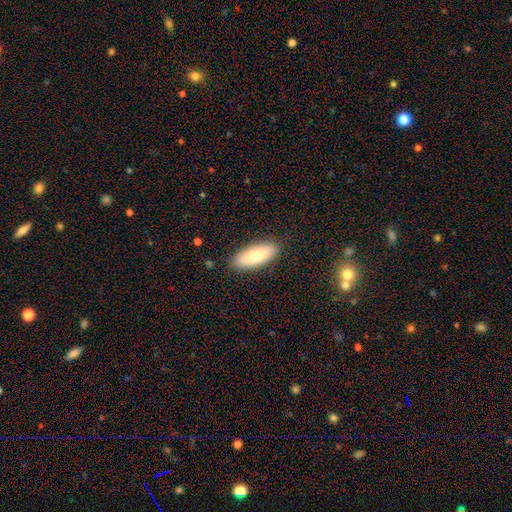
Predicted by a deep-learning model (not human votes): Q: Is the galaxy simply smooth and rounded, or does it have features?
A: smooth — 73%.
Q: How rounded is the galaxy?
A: in between — 79%.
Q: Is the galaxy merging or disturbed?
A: none — 87%.